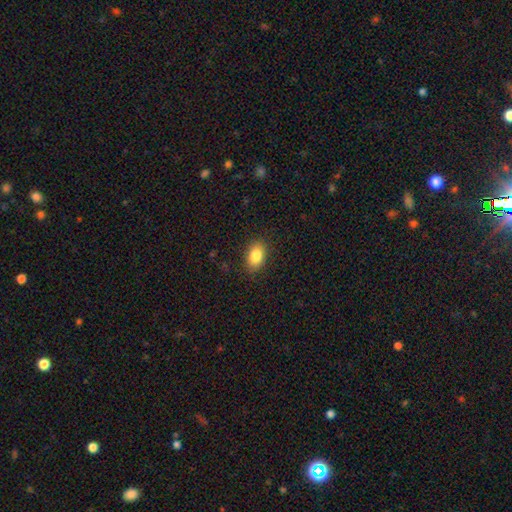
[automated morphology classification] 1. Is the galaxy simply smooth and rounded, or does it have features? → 85% smooth, 9% star or artifact, 7% featured or disk.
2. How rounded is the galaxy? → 82% in between, 16% round, 1% cigar-shaped.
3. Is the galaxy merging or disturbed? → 86% none, 10% minor disturbance, 3% major disturbance, 1% merger.